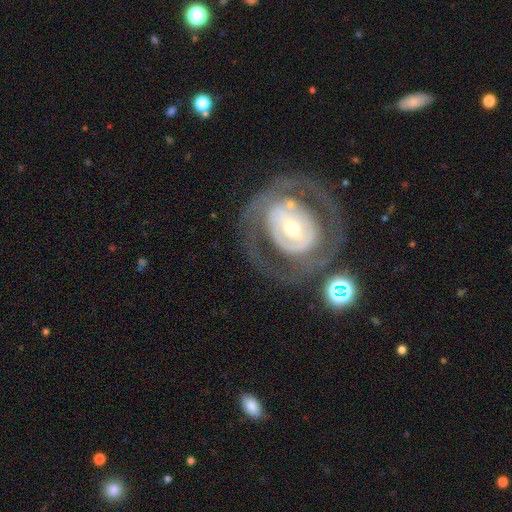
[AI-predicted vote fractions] Morphology: type=featured or disk (79%); edge-on=no (95%); bar=no (55%); spiral arms=yes (65%); bulge=small (59%); merging=none (70%).